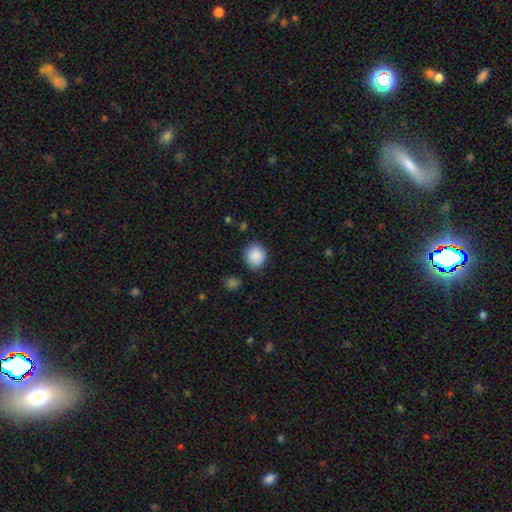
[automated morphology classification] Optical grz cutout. It shows a smooth galaxy with no disk features (88%) that is round (82%). Merging: none (82%).